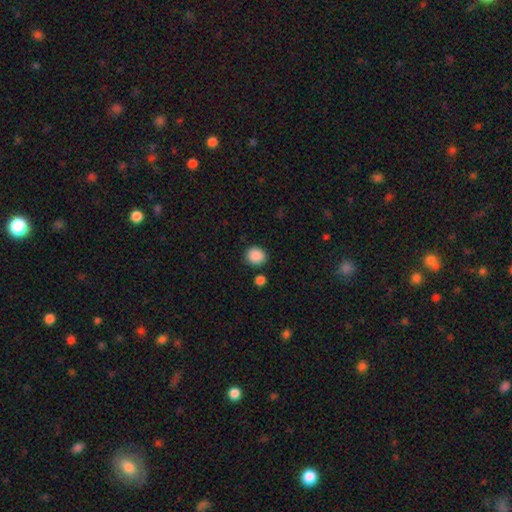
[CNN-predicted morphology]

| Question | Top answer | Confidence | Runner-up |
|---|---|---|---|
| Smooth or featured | smooth | 89% | star or artifact (9%) |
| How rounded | round | 79% | in between (20%) |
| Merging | none | 85% | minor disturbance (9%) |